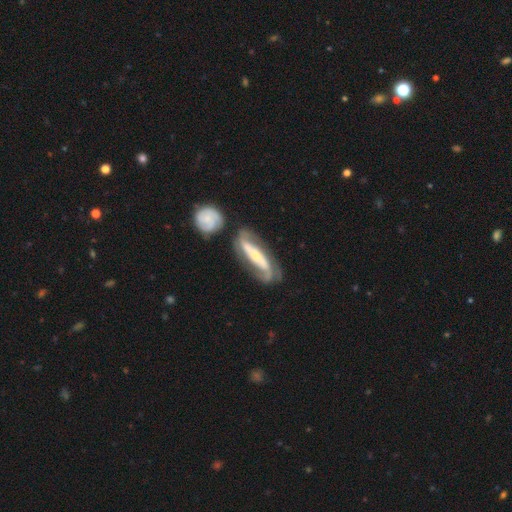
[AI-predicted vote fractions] featured or disk 79%, smooth 16%, star or artifact 5%. Down the decision tree: edge-on disk — no (78%); bar — strong (52%); spiral arms — yes (90%); spiral arm count — 2 (78%); spiral winding — medium (38%); bulge size — small (53%); merging — none (58%).